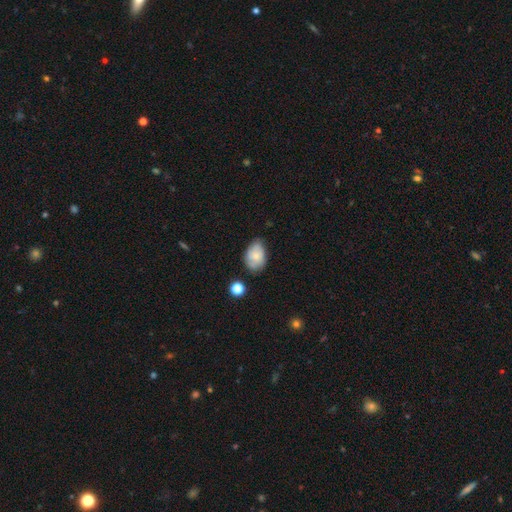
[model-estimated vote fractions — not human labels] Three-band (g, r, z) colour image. It shows a smooth galaxy with no disk features (69%) that is in between round and cigar-shaped (81%). Merging: none (59%).